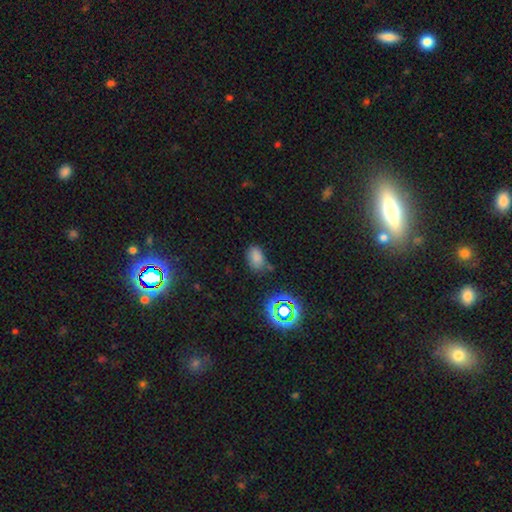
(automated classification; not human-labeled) Smooth or featured?
  - smooth: 72% *
  - star or artifact: 21%
  - featured or disk: 7%
How rounded?
  - in between: 85% *
  - round: 13%
  - cigar-shaped: 1%
Merging?
  - none: 66% *
  - minor disturbance: 21%
  - merger: 7%
  - major disturbance: 6%